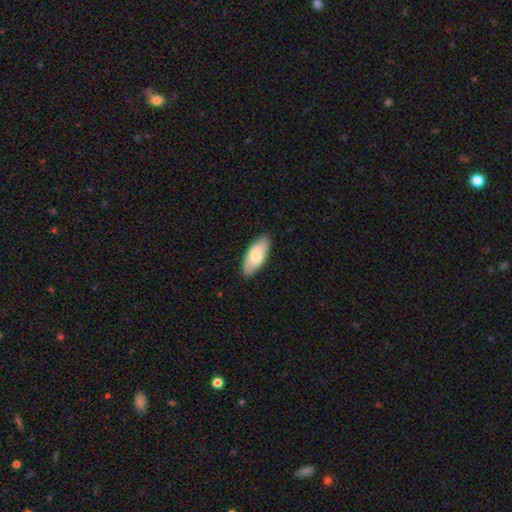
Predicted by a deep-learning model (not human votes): smooth 76%, featured or disk 19%, star or artifact 5%. Down the decision tree: how rounded — in between (87%); merging — none (86%).